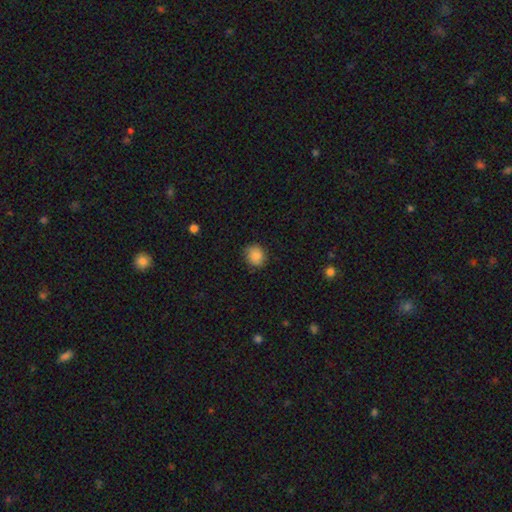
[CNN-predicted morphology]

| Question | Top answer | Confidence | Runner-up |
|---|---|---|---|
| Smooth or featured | smooth | 87% | star or artifact (9%) |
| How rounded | round | 70% | in between (29%) |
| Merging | none | 84% | minor disturbance (12%) |